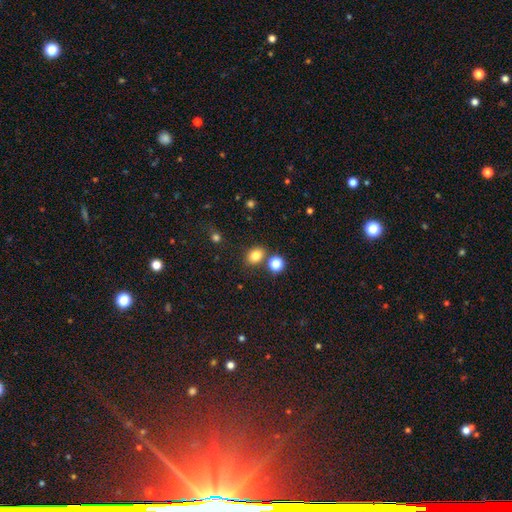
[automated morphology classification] This is clearly a smooth galaxy (81%). How rounded: possibly in between (52%). Merging: likely none (76%).